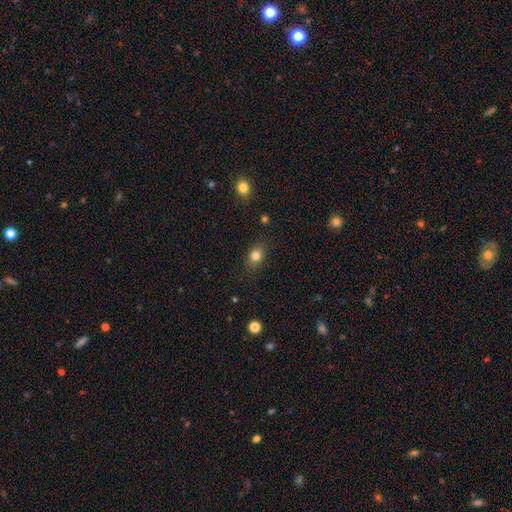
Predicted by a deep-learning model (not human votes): Smooth or featured? Predicted: smooth (p=0.81). How rounded? Predicted: in between (p=0.60). Merging? Predicted: none (p=0.85).